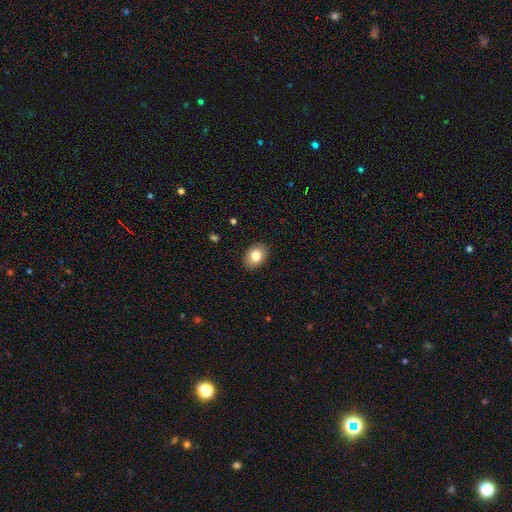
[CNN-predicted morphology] A smooth galaxy with no disk features (82%) that is in between round and cigar-shaped (73%). Merging: none (89%).